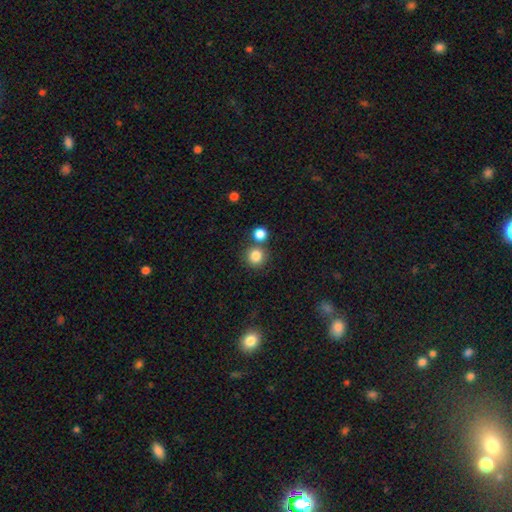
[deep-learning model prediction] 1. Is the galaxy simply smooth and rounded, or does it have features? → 83% smooth, 11% star or artifact, 5% featured or disk.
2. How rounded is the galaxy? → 92% round, 7% in between, 1% cigar-shaped.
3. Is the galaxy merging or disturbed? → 72% none, 18% merger, 7% minor disturbance, 3% major disturbance.